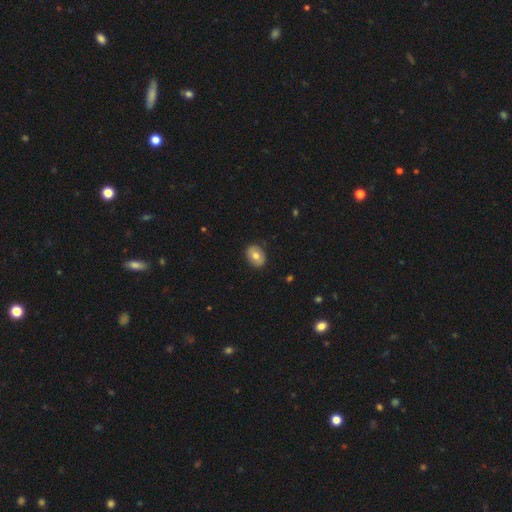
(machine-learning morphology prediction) smooth_or_featured: smooth (p=0.72) [alt: featured or disk p=0.21]
how_rounded: in between (p=0.69) [alt: round p=0.30]
merging: none (p=0.87) [alt: minor disturbance p=0.10]